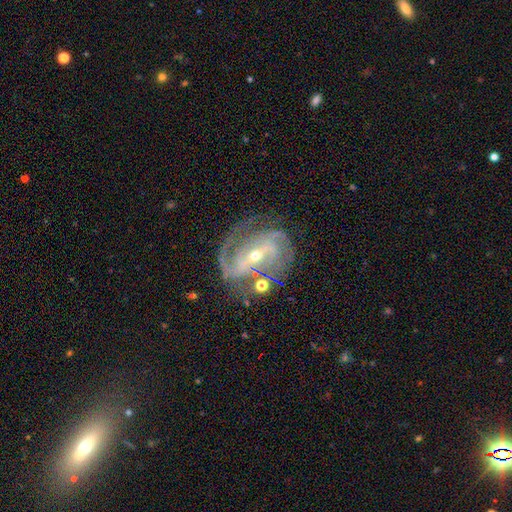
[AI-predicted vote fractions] Smooth or featured?
  - featured or disk: 90% *
  - star or artifact: 6%
  - smooth: 4%
Edge-on disk?
  - no: 96% *
  - yes: 4%
Bar?
  - strong: 54% *
  - weak: 32%
  - no: 14%
Spiral arms?
  - yes: 97% *
  - no: 3%
Spiral winding?
  - medium: 45% *
  - tight: 42%
  - loose: 14%
Spiral arm count?
  - 2: 50% *
  - 3: 22%
  - can't tell: 13%
  - 4: 6%
  - 1: 5%
  - more than 4: 4%
Bulge size?
  - small: 63% *
  - moderate: 34%
  - large: 1%
  - none: 1%
  - dominant: 1%
Merging?
  - none: 66% *
  - minor disturbance: 18%
  - major disturbance: 11%
  - merger: 5%